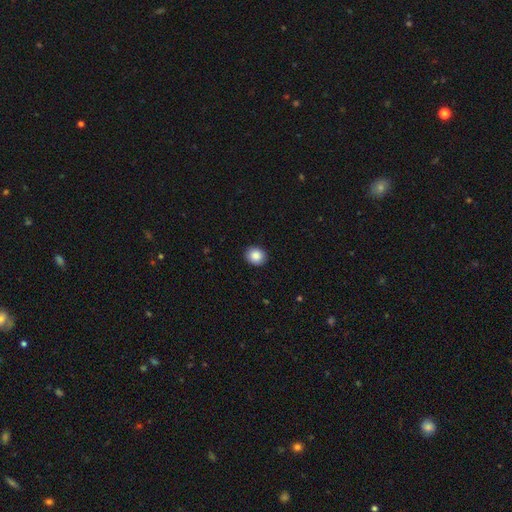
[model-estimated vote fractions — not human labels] A smooth galaxy with no disk features (88%) that is round (76%). Merging: none (91%).